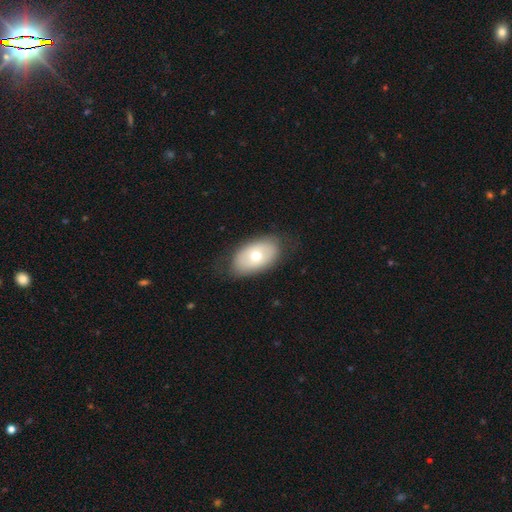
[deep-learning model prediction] Morphology: type=smooth (64%); roundness=in between (92%); merging=none (79%).